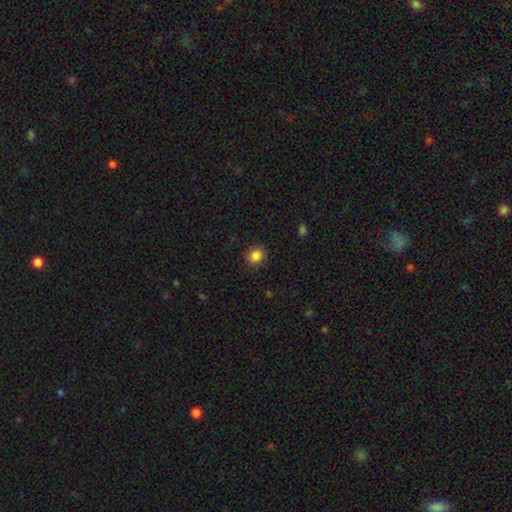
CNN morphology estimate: The model was most divided on "how rounded": round: 74%, in between: 26%, cigar-shaped: 1%. More confident: merging — none (89%); smooth or featured — smooth (86%).